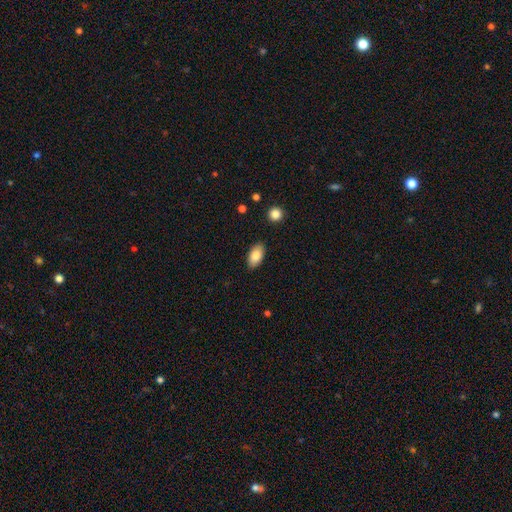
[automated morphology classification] Smooth or featured? Predicted: smooth (p=0.85). How rounded? Predicted: in between (p=0.93). Merging? Predicted: none (p=0.87).